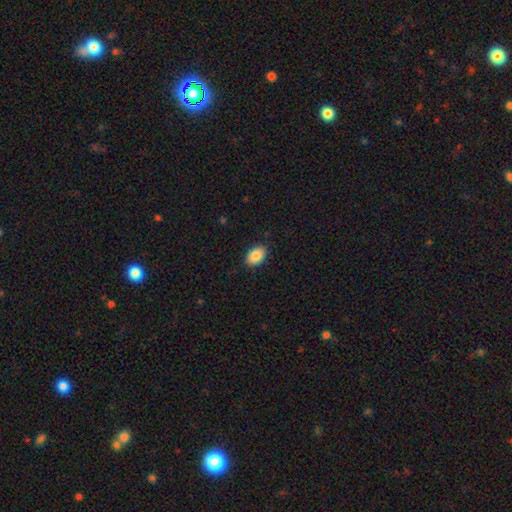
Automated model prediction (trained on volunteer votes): This is clearly a smooth galaxy (88%). How rounded: clearly in between (86%). Merging: clearly none (88%).